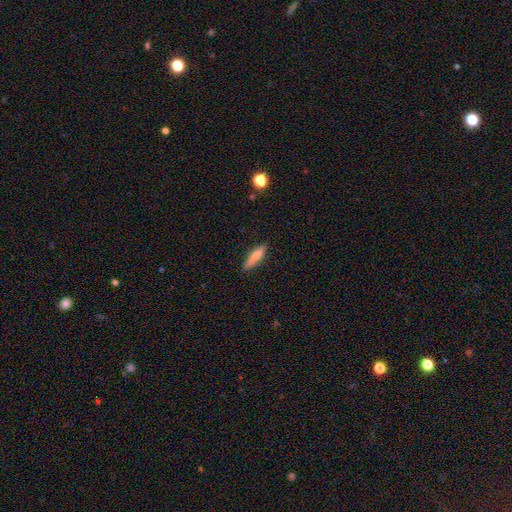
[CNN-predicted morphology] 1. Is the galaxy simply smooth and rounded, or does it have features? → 74% smooth, 20% featured or disk, 7% star or artifact.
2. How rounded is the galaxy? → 74% cigar-shaped, 24% in between, 2% round.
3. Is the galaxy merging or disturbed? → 81% none, 14% minor disturbance, 3% major disturbance, 2% merger.